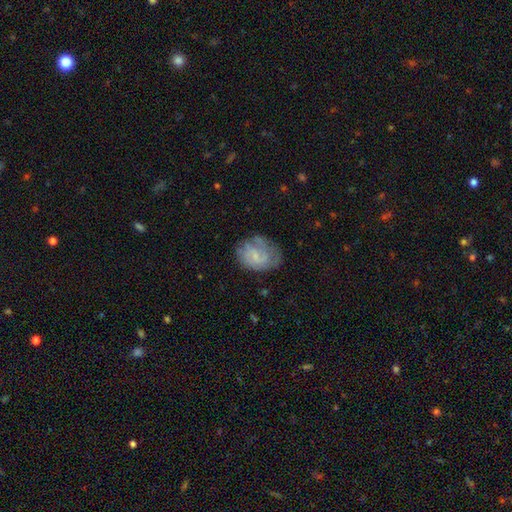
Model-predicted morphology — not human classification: This appears to be a featured or disk galaxy (56%) with no bar (49%), spiral arms (76%) and a small central bulge (53%). Merging: none (55%).